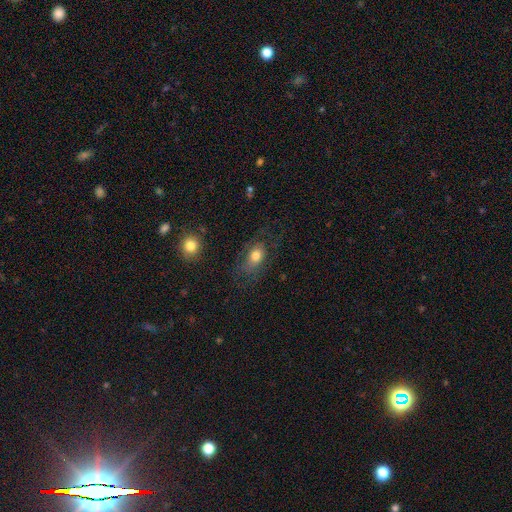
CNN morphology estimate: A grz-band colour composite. It shows a smooth galaxy with no disk features (67%) that is in between round and cigar-shaped (78%). Merging: none (59%).